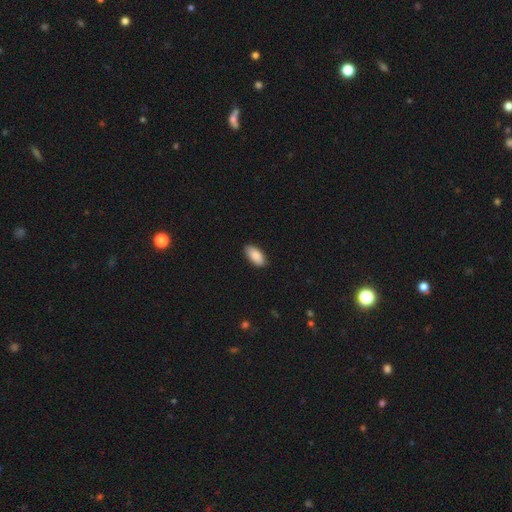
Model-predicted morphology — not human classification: Q: Smooth or featured?
A: smooth (89%); runner-up: star or artifact (6%)
Q: How rounded?
A: in between (93%); runner-up: cigar-shaped (5%)
Q: Merging?
A: none (88%); runner-up: minor disturbance (9%)